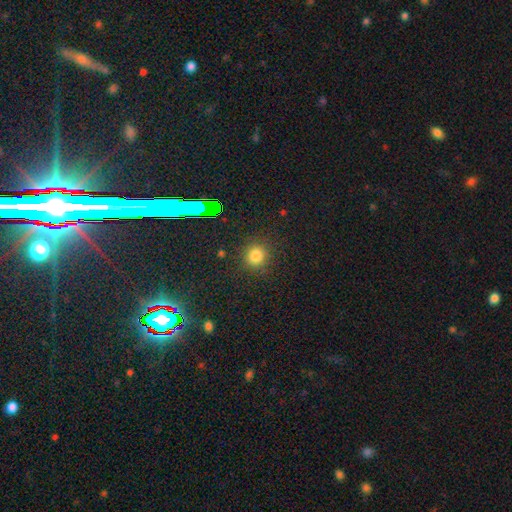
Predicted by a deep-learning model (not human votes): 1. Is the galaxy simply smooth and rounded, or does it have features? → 77% smooth, 17% star or artifact, 5% featured or disk.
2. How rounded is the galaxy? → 89% round, 10% in between, 1% cigar-shaped.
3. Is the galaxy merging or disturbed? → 87% none, 8% minor disturbance, 3% major disturbance, 2% merger.